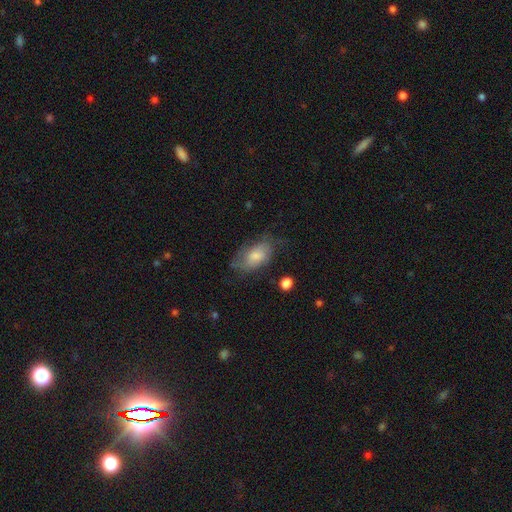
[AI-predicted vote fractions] A smooth galaxy with no disk features (47%).

Vote fractions:
- Smooth or featured? smooth: 47% / featured or disk: 44% / star or artifact: 9%
- Merging? none: 59% / minor disturbance: 27% / major disturbance: 13% / merger: 2%